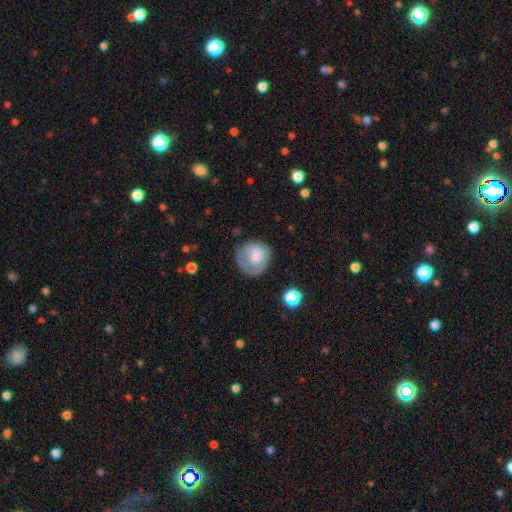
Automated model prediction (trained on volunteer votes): A smooth galaxy with no disk features (64%) that is round (80%). Merging: none (54%).